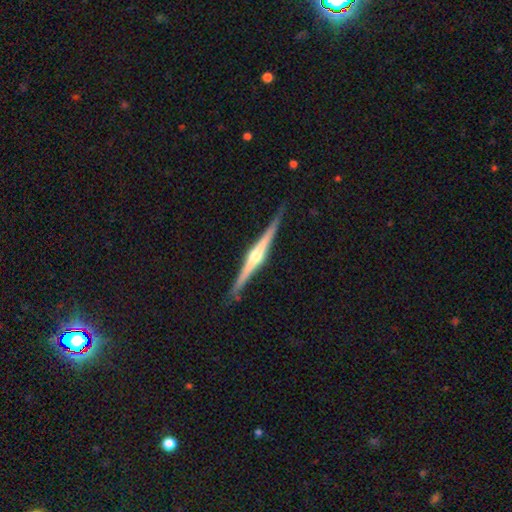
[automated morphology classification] smooth_or_featured: featured or disk (p=0.84) [alt: smooth p=0.12]
disk_edge_on: yes (p=0.99) [alt: no p=0.01]
edge_on_bulge: rounded (p=0.91) [alt: none p=0.05]
merging: none (p=0.89) [alt: minor disturbance p=0.08]